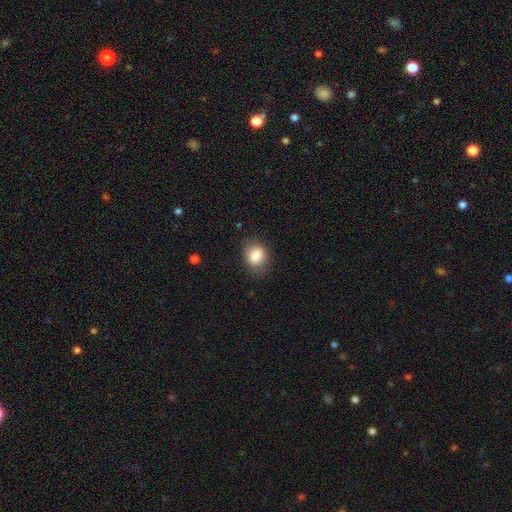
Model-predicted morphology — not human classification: Smooth or featured? Predicted: smooth (p=0.85). How rounded? Predicted: round (p=0.53). Merging? Predicted: none (p=0.73).